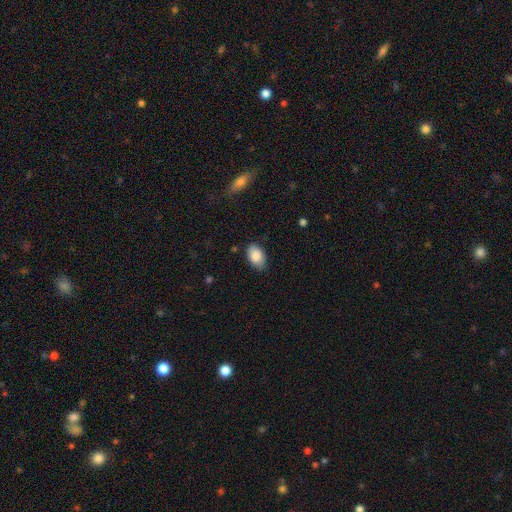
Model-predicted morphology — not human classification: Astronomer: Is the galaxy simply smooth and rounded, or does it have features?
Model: smooth — 86%.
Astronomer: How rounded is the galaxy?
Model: in between — 92%.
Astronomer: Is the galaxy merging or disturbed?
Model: none — 81%.